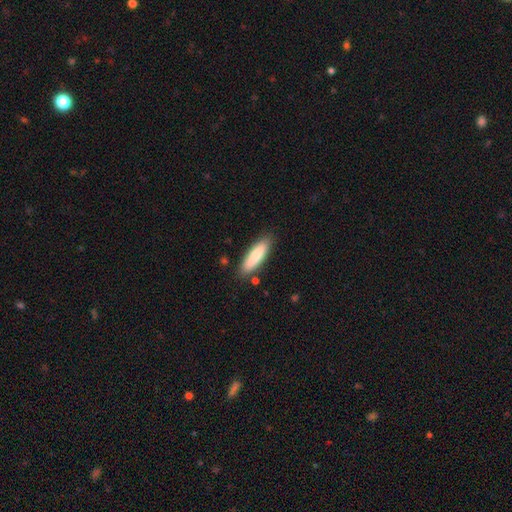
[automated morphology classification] Q: Smooth or featured?
A: smooth (82%); runner-up: featured or disk (12%)
Q: How rounded?
A: cigar-shaped (58%); runner-up: in between (41%)
Q: Merging?
A: none (85%); runner-up: minor disturbance (11%)